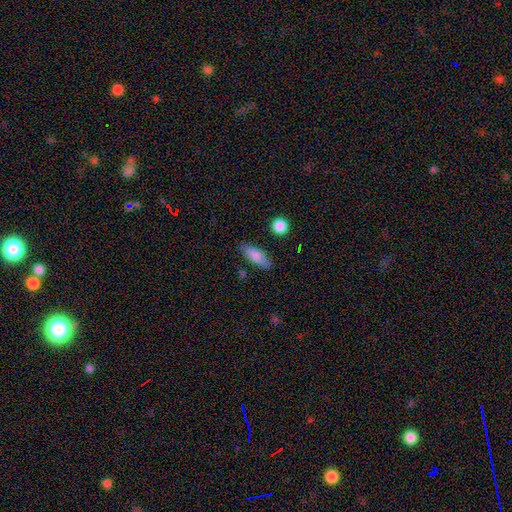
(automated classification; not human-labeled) The model was most divided on "how rounded": in between: 66%, cigar-shaped: 31%, round: 3%. More confident: smooth or featured — smooth (81%); merging — none (80%).